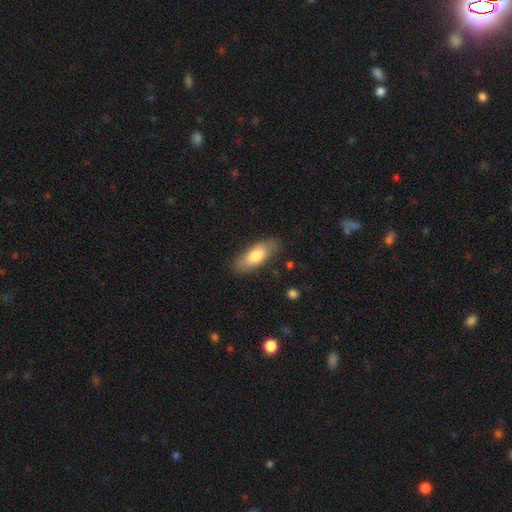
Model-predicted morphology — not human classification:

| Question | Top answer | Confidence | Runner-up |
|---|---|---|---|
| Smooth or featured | smooth | 75% | featured or disk (19%) |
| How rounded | in between | 76% | cigar-shaped (21%) |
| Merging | none | 82% | minor disturbance (13%) |